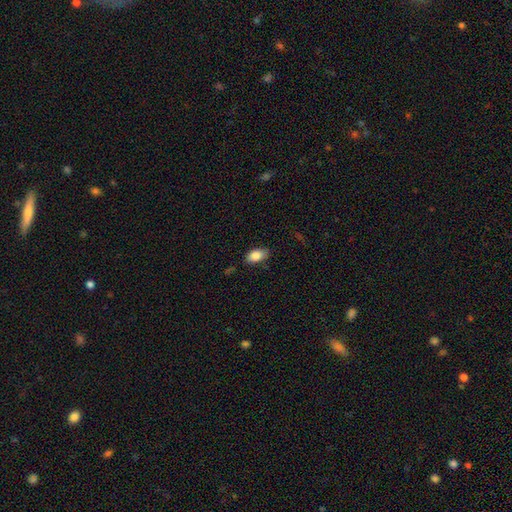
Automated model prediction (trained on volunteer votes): smooth-or-featured: smooth: 84% | featured or disk: 9% | star or artifact: 7%
  how-rounded: in between: 92% | round: 5% | cigar-shaped: 3%
  merging: none: 81% | minor disturbance: 15% | major disturbance: 3% | merger: 2%